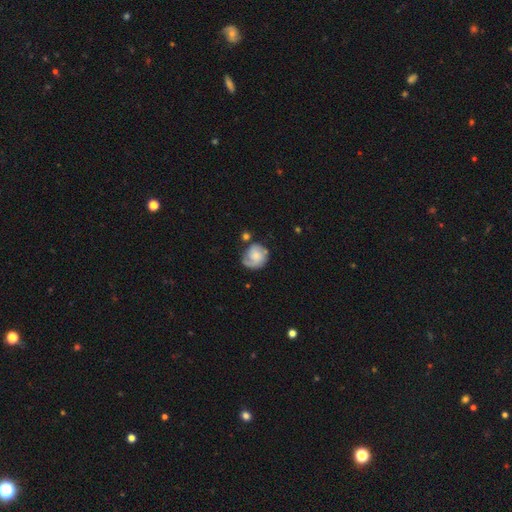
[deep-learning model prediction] The model was most divided on "spiral winding": tight: 49%, medium: 36%, loose: 15%. Remaining: edge-on disk — no (98%); spiral arms — yes (91%); bar — no (69%); smooth or featured — featured or disk (63%); merging — none (60%); spiral arm count — 2 (52%); bulge size — small (44%).